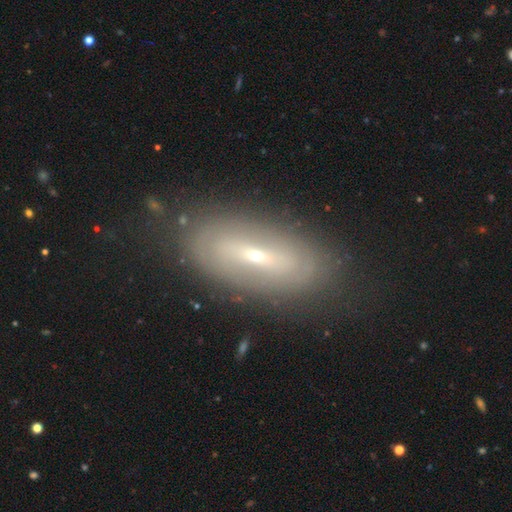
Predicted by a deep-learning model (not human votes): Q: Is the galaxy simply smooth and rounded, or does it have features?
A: featured or disk — 63%.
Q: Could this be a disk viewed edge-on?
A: no — 75%.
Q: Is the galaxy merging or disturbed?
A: none — 81%.